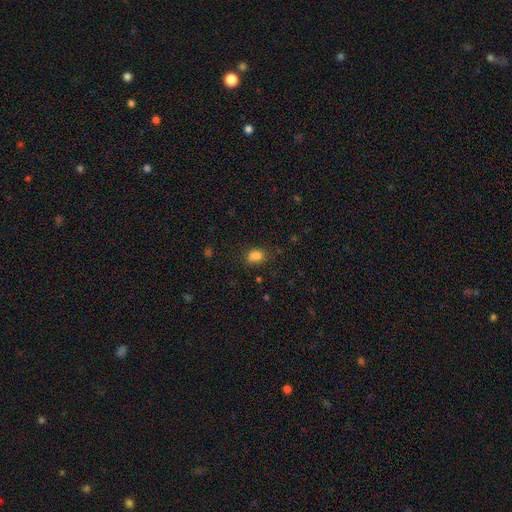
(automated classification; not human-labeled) Smooth or featured?
  - smooth: 81% *
  - star or artifact: 12%
  - featured or disk: 7%
How rounded?
  - in between: 56% *
  - round: 42%
  - cigar-shaped: 1%
Merging?
  - none: 65% *
  - minor disturbance: 22%
  - merger: 6%
  - major disturbance: 6%